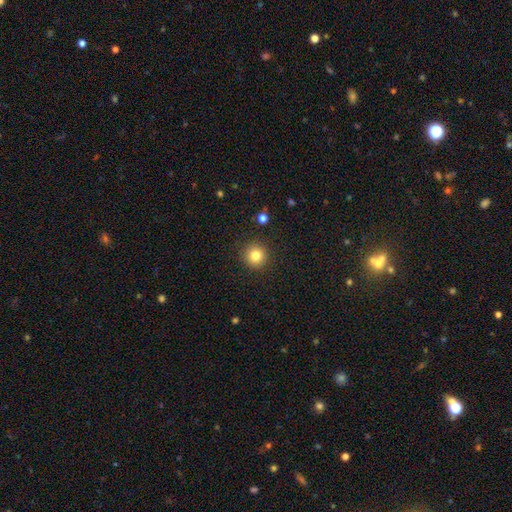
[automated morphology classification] smooth 82%, star or artifact 11%, featured or disk 7%. Down the decision tree: how rounded — round (95%); merging — none (91%).